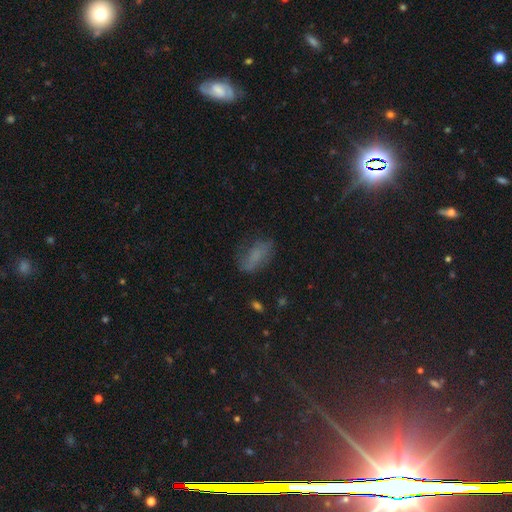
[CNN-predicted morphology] Smooth or featured? Predicted: smooth (p=0.60). How rounded? Predicted: in between (p=0.86). Merging? Predicted: none (p=0.56).